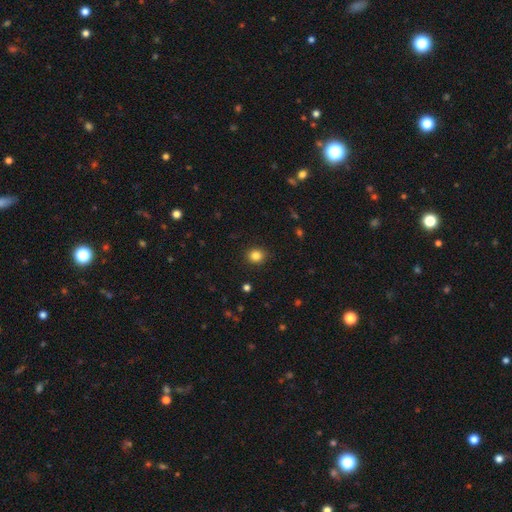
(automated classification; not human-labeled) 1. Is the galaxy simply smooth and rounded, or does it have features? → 83% smooth, 12% star or artifact, 5% featured or disk.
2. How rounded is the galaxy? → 79% round, 21% in between, 1% cigar-shaped.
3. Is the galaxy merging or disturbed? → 89% none, 7% minor disturbance, 2% major disturbance, 1% merger.